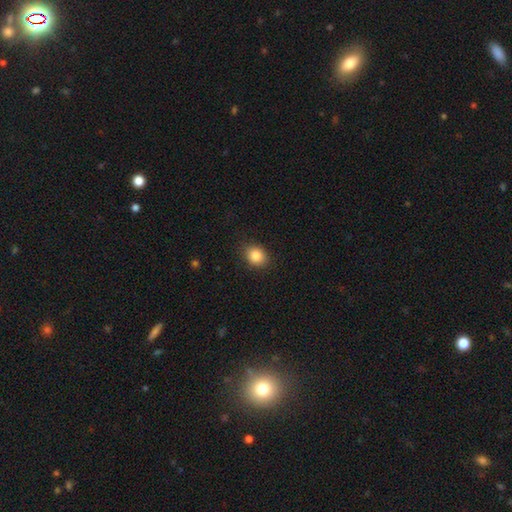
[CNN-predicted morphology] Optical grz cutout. It shows a smooth galaxy with no disk features (85%) that is round (55%). Merging: none (87%).